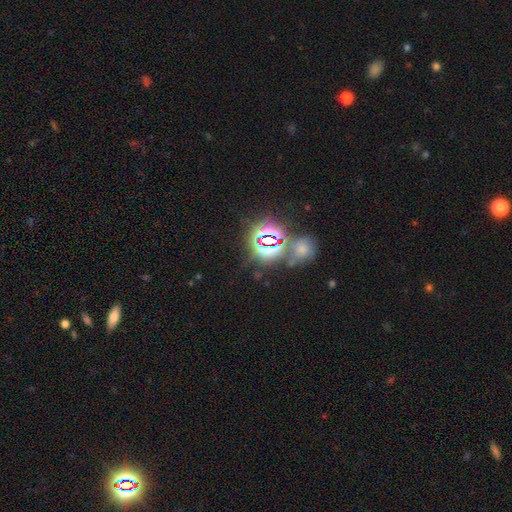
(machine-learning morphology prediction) Overall: star or artifact (76%).